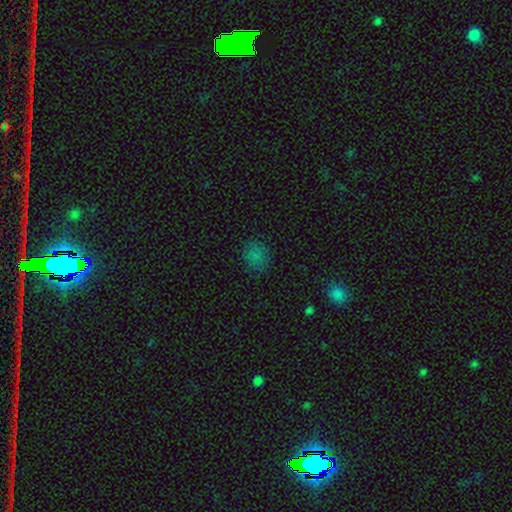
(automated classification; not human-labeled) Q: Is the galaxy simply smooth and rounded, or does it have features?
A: smooth — 77%.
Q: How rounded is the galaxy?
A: round — 70%.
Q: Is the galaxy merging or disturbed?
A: none — 81%.